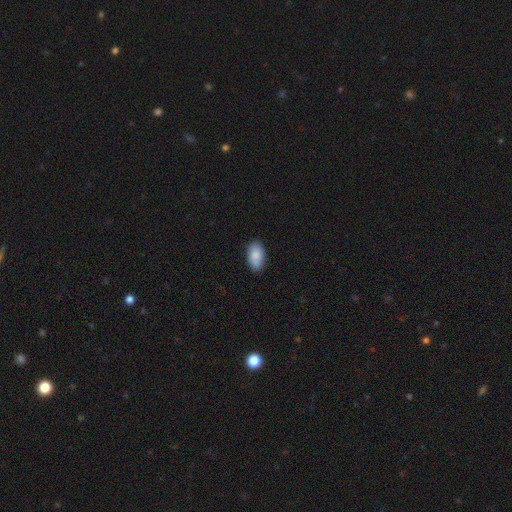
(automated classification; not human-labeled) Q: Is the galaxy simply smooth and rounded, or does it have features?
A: smooth — 86%.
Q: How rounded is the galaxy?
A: in between — 94%.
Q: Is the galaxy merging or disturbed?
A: none — 83%.